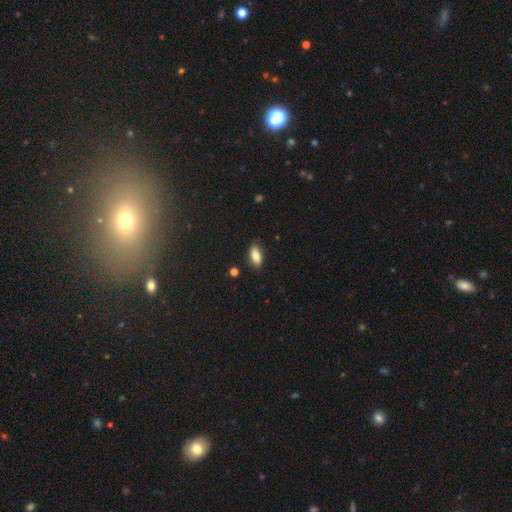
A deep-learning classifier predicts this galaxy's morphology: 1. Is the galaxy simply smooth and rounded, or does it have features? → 82% smooth, 11% featured or disk, 8% star or artifact.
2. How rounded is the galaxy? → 87% in between, 10% cigar-shaped, 3% round.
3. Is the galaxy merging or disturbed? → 84% none, 13% minor disturbance, 2% major disturbance, 2% merger.